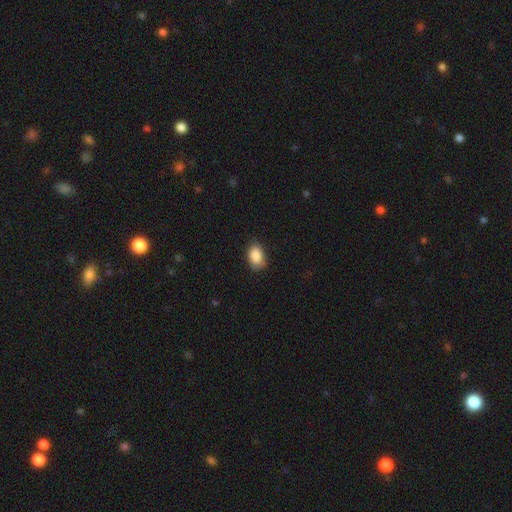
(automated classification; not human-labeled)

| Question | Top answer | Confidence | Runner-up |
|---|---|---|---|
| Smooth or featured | smooth | 89% | star or artifact (7%) |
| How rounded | in between | 86% | round (12%) |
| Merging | none | 81% | minor disturbance (15%) |